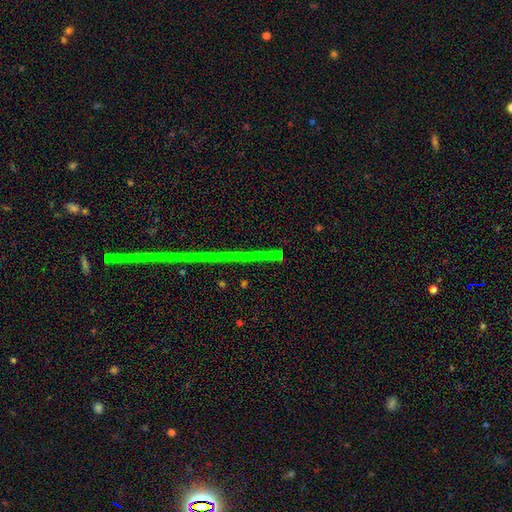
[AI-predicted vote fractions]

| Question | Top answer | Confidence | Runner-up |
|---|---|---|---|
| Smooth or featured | star or artifact | 79% | featured or disk (13%) |